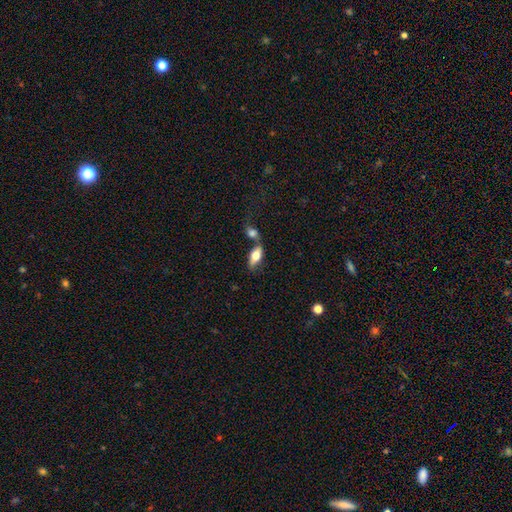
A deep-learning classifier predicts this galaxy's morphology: The model was most divided on "merging": merger: 43%, none: 38%, minor disturbance: 11%, major disturbance: 8%. More confident: how rounded — in between (84%); smooth or featured — smooth (65%).